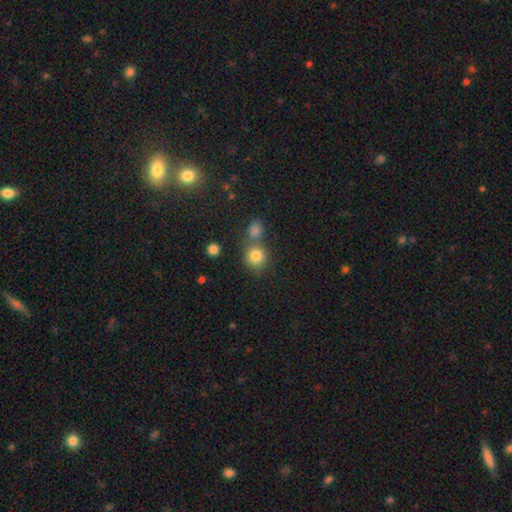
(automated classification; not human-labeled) Smooth or featured? smooth (81%)
How rounded? round (86%)
Merging? none (60%)